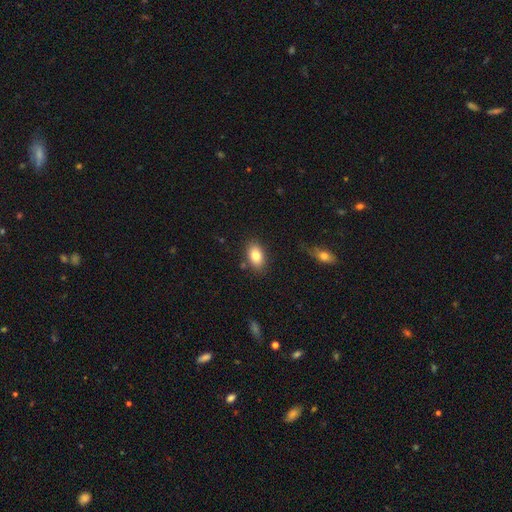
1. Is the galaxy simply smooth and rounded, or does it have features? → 82% smooth, 10% featured or disk, 8% star or artifact.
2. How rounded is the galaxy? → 97% in between, 3% round, 0% cigar-shaped.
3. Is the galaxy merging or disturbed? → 86% none, 11% minor disturbance, 3% merger, 0% major disturbance.